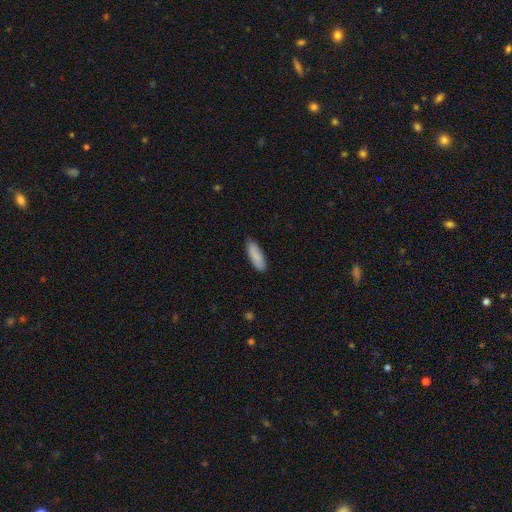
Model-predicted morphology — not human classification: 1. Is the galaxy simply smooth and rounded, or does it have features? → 86% smooth, 8% featured or disk, 6% star or artifact.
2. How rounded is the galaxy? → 56% in between, 43% cigar-shaped, 2% round.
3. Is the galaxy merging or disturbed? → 85% none, 12% minor disturbance, 2% major disturbance, 1% merger.